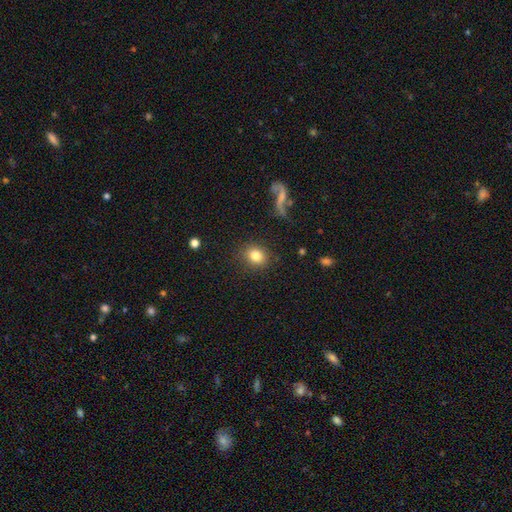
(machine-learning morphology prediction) A smooth galaxy with no disk features (82%) that is round (71%).

Vote fractions:
- Smooth or featured? smooth: 82% / star or artifact: 10% / featured or disk: 8%
- How rounded? round: 71% / in between: 28% / cigar-shaped: 1%
- Merging? none: 87% / minor disturbance: 8% / major disturbance: 3% / merger: 2%